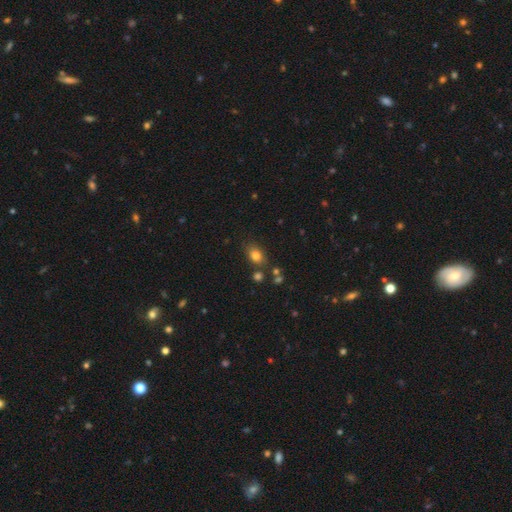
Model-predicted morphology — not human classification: Q: Smooth or featured?
A: smooth (80%); runner-up: star or artifact (12%)
Q: How rounded?
A: in between (72%); runner-up: round (26%)
Q: Merging?
A: none (74%); runner-up: minor disturbance (14%)